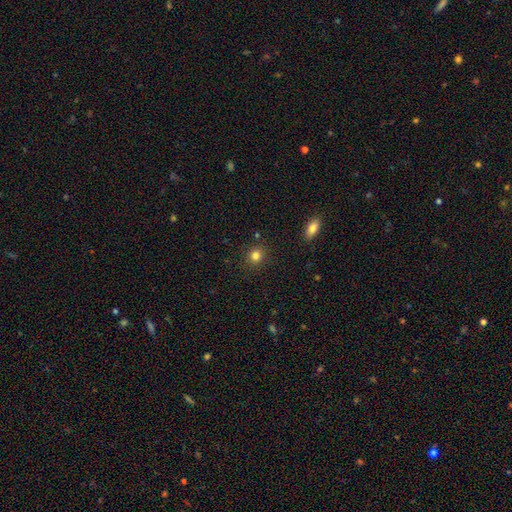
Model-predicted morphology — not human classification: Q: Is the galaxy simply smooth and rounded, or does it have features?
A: smooth — 81%.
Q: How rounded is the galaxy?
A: round — 84%.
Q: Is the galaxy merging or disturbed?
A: none — 88%.